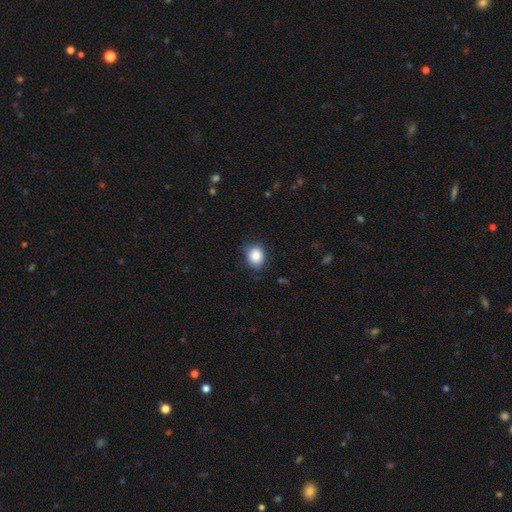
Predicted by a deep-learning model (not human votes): smooth-or-featured: smooth: 87% | star or artifact: 8% | featured or disk: 5%
  how-rounded: round: 56% | in between: 44% | cigar-shaped: 1%
  merging: none: 78% | minor disturbance: 17% | major disturbance: 4% | merger: 1%